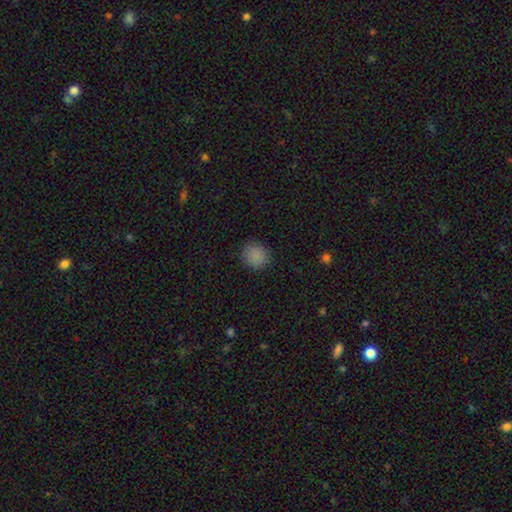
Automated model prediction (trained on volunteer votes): Smooth or featured? smooth (86%)
How rounded? round (85%)
Merging? none (88%)